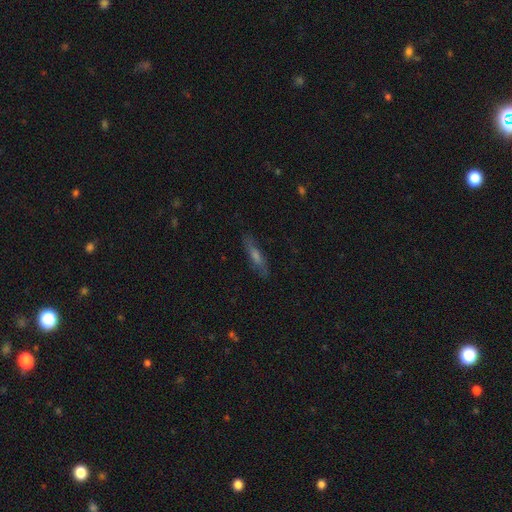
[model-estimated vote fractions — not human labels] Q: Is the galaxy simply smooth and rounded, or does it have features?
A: featured or disk — 47%.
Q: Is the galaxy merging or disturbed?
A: none — 82%.